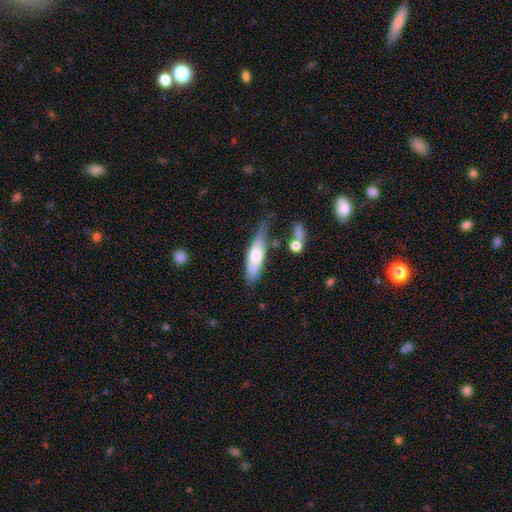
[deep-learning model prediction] This is likely a smooth galaxy (64%). How rounded: possibly cigar-shaped (52%). Merging: possibly none (51%).